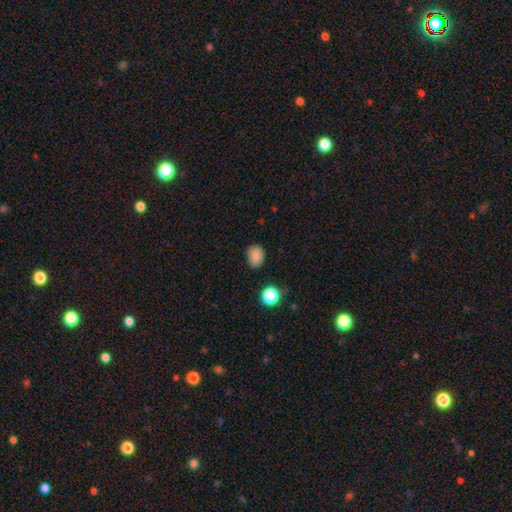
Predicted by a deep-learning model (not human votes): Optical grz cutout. It shows a smooth galaxy with no disk features (83%) that is round (51%). Merging: none (76%).